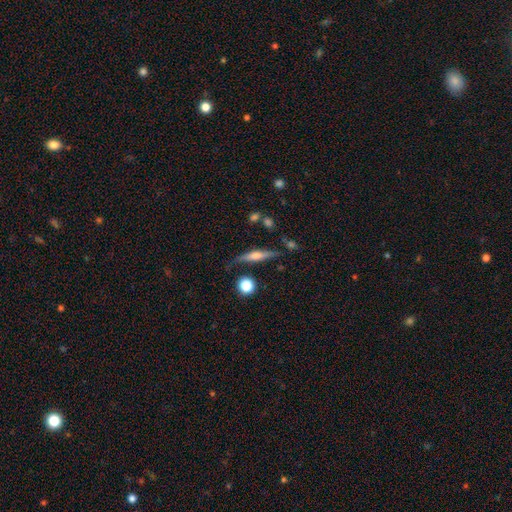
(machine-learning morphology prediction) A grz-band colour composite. It shows a featured or disk galaxy (63%) viewed edge-on (95%) with a rounded central bulge (78%). Merging: none (79%).